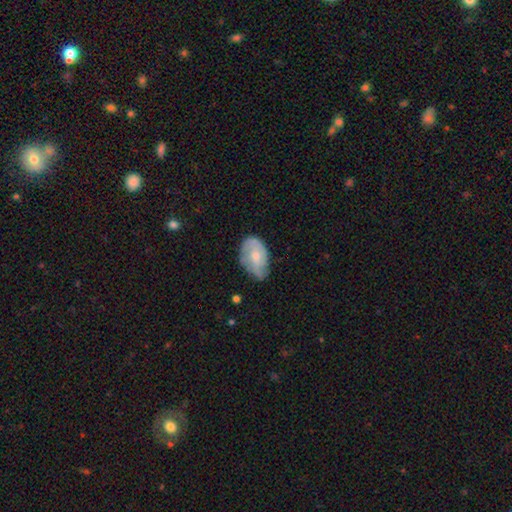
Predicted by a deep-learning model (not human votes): Q: Smooth or featured?
A: smooth (49%); runner-up: featured or disk (44%)
Q: Merging?
A: none (50%); runner-up: minor disturbance (38%)